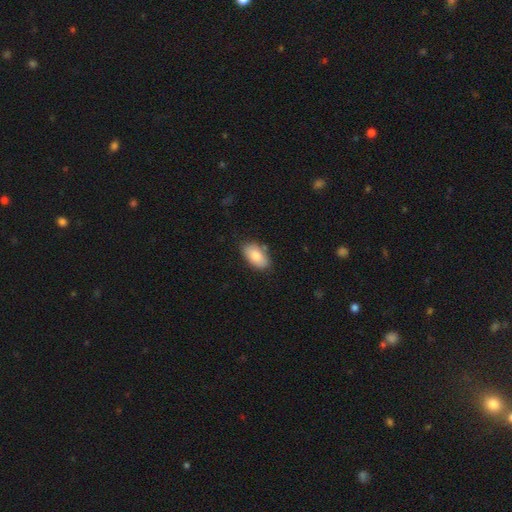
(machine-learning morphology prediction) Q: Smooth or featured?
A: smooth (82%); runner-up: featured or disk (12%)
Q: How rounded?
A: in between (93%); runner-up: round (4%)
Q: Merging?
A: none (79%); runner-up: minor disturbance (15%)